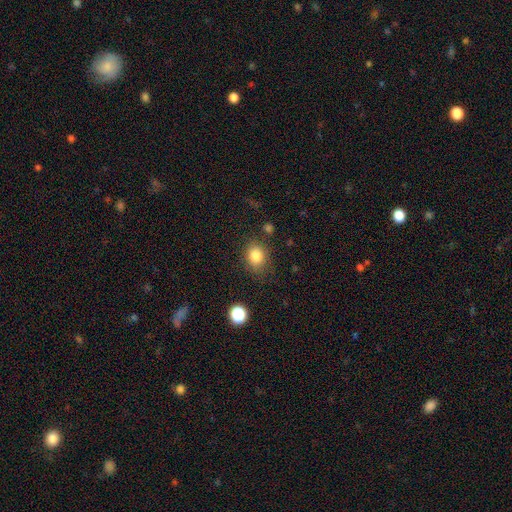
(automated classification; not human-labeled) Q: Smooth or featured?
A: smooth (84%); runner-up: star or artifact (10%)
Q: How rounded?
A: round (53%); runner-up: in between (46%)
Q: Merging?
A: none (78%); runner-up: minor disturbance (14%)